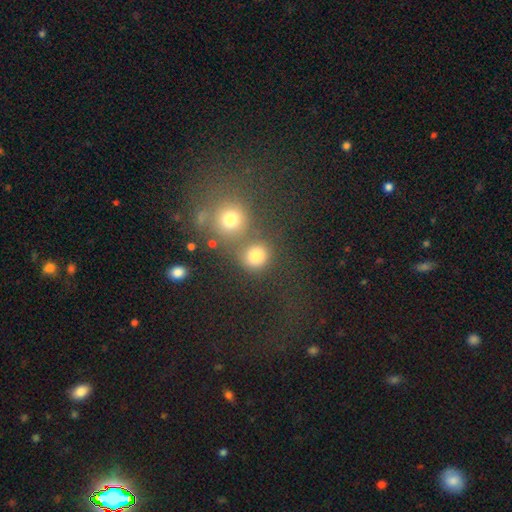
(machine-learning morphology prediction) smooth 79%, star or artifact 15%, featured or disk 6%. Down the decision tree: how rounded — round (85%); merging — none (57%).